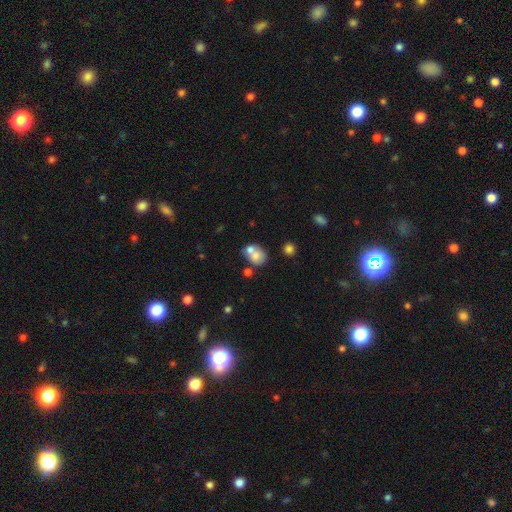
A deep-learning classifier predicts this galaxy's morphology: smooth-or-featured: smooth: 69% | featured or disk: 20% | star or artifact: 11%
  how-rounded: round: 59% | in between: 40% | cigar-shaped: 1%
  merging: merger: 48% | none: 35% | minor disturbance: 11% | major disturbance: 6%